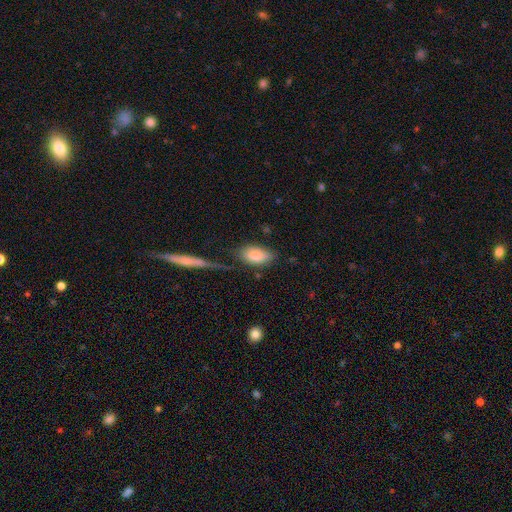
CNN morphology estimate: type=smooth (81%); roundness=in between (91%); merging=none (64%).